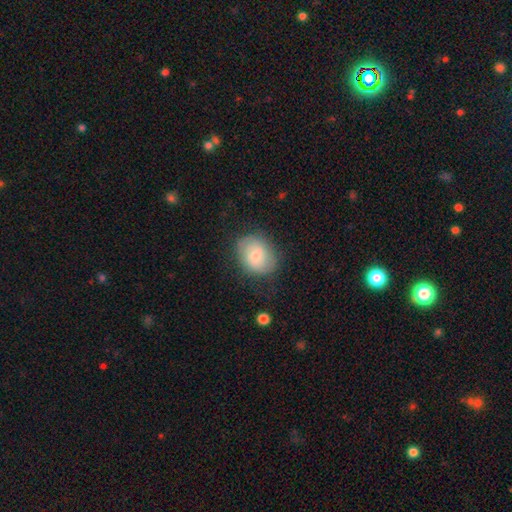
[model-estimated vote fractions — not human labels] The model was most divided on "how rounded": in between: 54%, round: 45%, cigar-shaped: 1%. More confident: merging — none (72%); smooth or featured — smooth (69%).